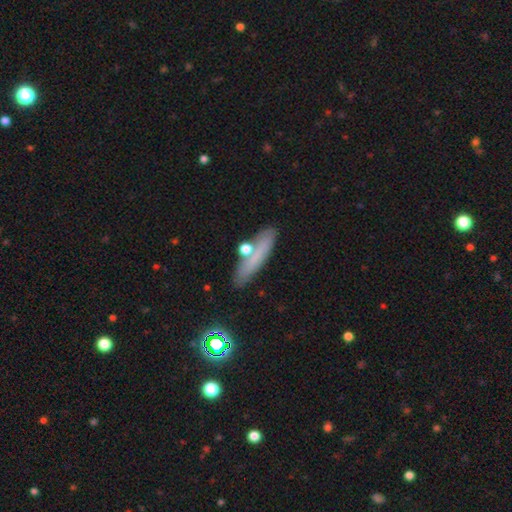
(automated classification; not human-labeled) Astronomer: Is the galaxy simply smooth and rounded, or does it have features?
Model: smooth — 63%.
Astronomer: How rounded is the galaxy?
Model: cigar-shaped — 81%.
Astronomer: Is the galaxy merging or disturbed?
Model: none — 80%.